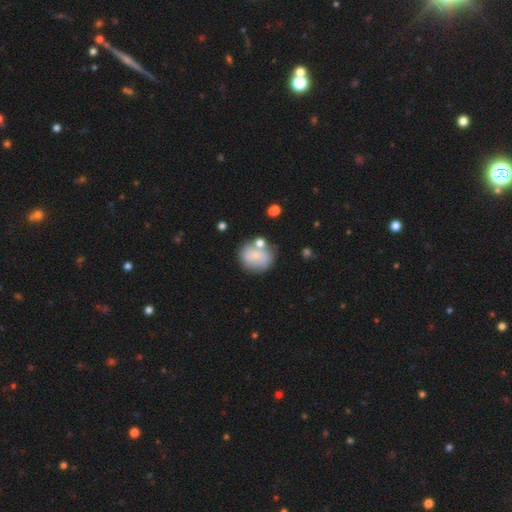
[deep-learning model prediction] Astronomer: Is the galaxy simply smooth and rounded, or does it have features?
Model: smooth — 69%.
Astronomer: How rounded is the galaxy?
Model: round — 78%.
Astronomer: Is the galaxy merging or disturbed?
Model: none — 56%.